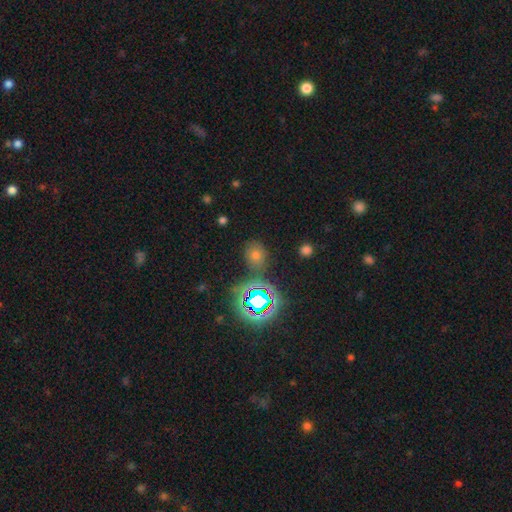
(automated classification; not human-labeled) Q: Smooth or featured?
A: smooth (52%); runner-up: star or artifact (38%)
Q: How rounded?
A: round (66%); runner-up: in between (32%)
Q: Merging?
A: none (80%); runner-up: minor disturbance (12%)